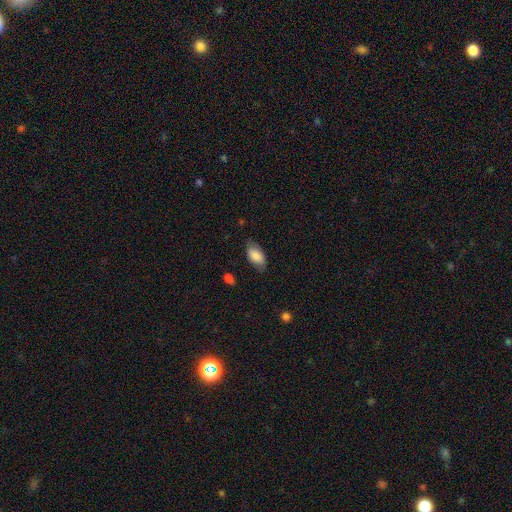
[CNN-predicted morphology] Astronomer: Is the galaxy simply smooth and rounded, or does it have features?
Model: smooth — 81%.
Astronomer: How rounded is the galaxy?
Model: in between — 93%.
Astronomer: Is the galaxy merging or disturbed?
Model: none — 73%.